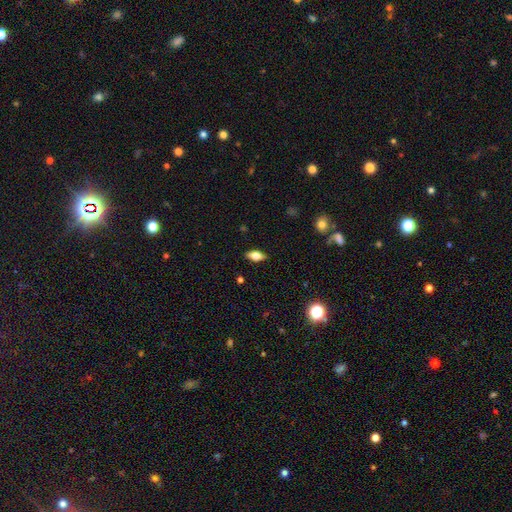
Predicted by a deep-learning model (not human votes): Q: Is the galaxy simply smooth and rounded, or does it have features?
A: smooth — 64%.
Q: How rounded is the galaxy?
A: in between — 82%.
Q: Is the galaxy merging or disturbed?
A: none — 87%.